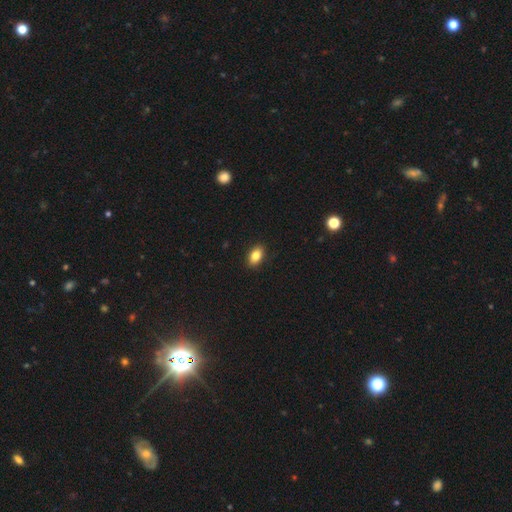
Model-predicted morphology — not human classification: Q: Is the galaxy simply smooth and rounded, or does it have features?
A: smooth — 84%.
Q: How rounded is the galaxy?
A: in between — 88%.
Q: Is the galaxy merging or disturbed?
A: none — 90%.